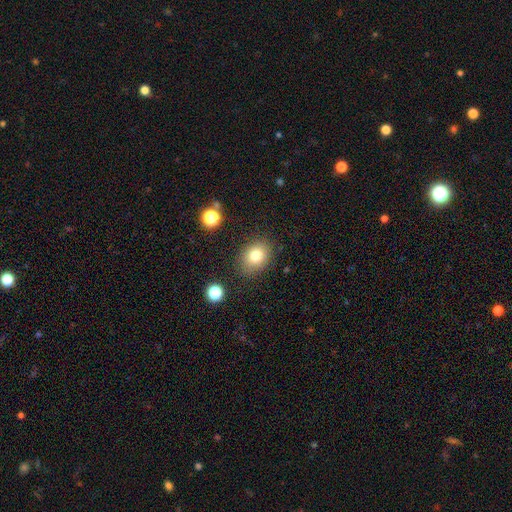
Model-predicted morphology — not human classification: Smooth or featured?
  - smooth: 79% *
  - star or artifact: 11%
  - featured or disk: 10%
How rounded?
  - in between: 59% *
  - round: 40%
  - cigar-shaped: 1%
Merging?
  - none: 84% *
  - minor disturbance: 11%
  - major disturbance: 3%
  - merger: 2%